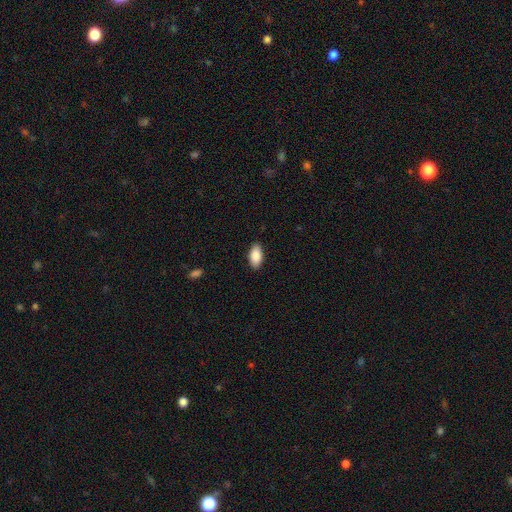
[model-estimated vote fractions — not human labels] This is clearly a smooth galaxy (87%). How rounded: clearly in between (92%). Merging: clearly none (88%).